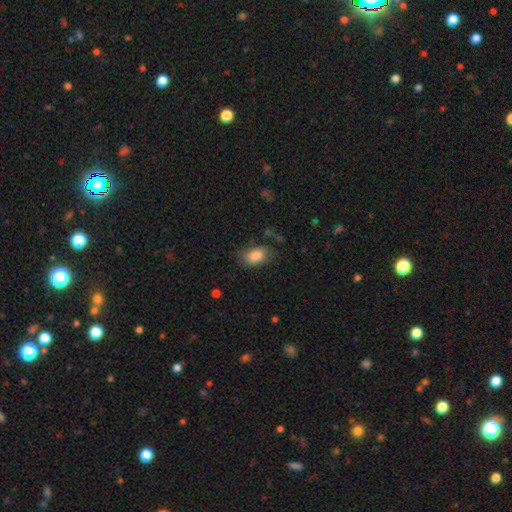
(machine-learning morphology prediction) A smooth galaxy with no disk features (83%) that is in between round and cigar-shaped (89%). Merging: none (71%).